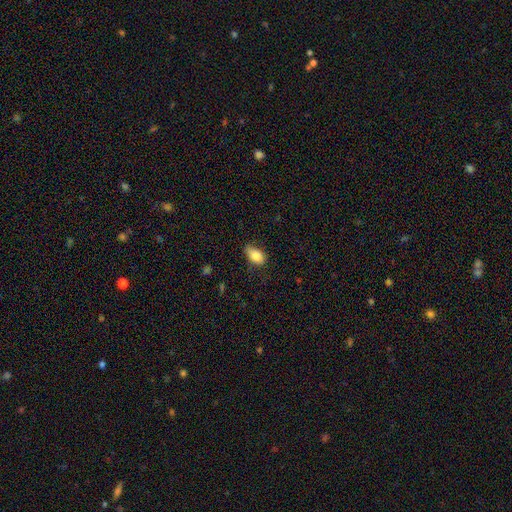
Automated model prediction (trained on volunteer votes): Morphology: type=smooth (85%); roundness=in between (89%); merging=none (60%).